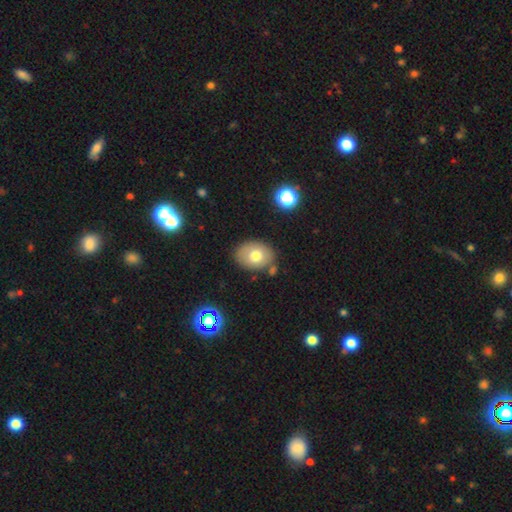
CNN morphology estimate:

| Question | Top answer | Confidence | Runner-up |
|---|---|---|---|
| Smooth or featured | smooth | 72% | featured or disk (19%) |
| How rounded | in between | 63% | round (36%) |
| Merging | none | 77% | minor disturbance (14%) |